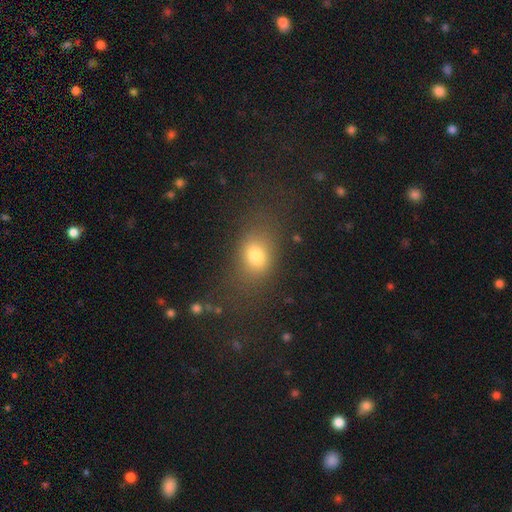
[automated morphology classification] Smooth or featured? Predicted: smooth (p=0.75). How rounded? Predicted: in between (p=0.72). Merging? Predicted: none (p=0.65).